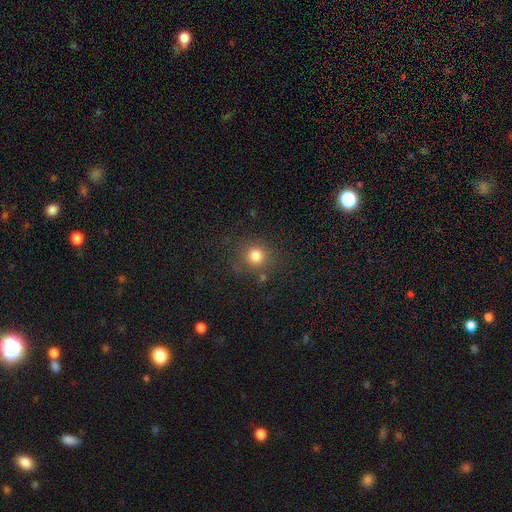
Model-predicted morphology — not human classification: smooth-or-featured: smooth: 80% | star or artifact: 14% | featured or disk: 6%
  how-rounded: round: 90% | in between: 9% | cigar-shaped: 1%
  merging: none: 80% | minor disturbance: 11% | major disturbance: 5% | merger: 4%